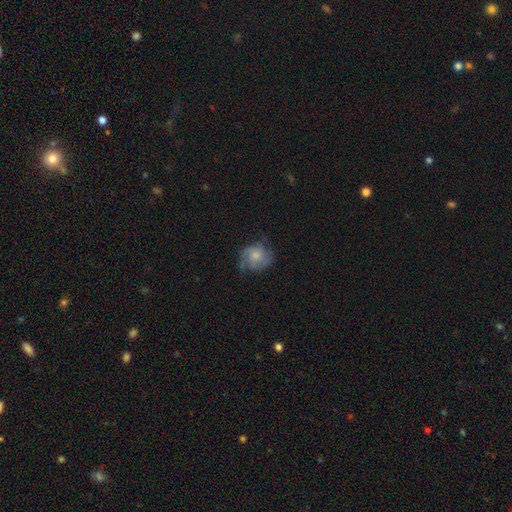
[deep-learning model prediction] A featured or disk galaxy (55%) with no bar (80%), spiral arms (83%) and a moderate central bulge (43%). Merging: none (59%).